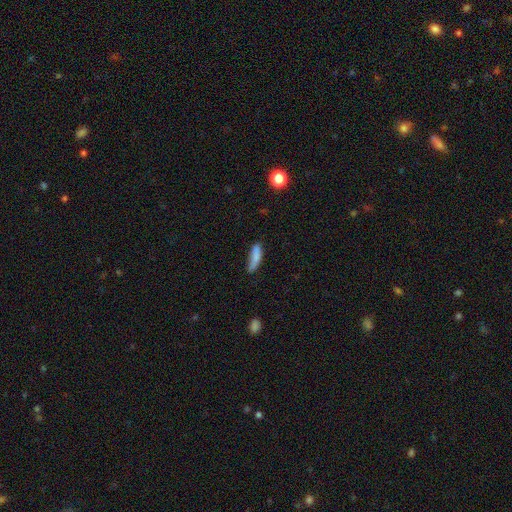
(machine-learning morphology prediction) Smooth or featured: smooth — 81% (featured or disk — 11%)
How rounded: cigar-shaped — 58% (in between — 40%)
Merging: none — 57% (minor disturbance — 31%)